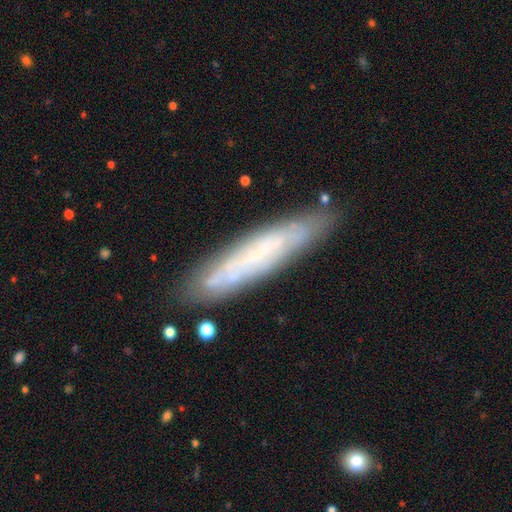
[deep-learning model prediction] smooth-or-featured: featured or disk: 50% | smooth: 42% | star or artifact: 8%
  disk-edge-on: yes: 61% | no: 39%
  merging: none: 81% | minor disturbance: 13% | major disturbance: 3% | merger: 2%